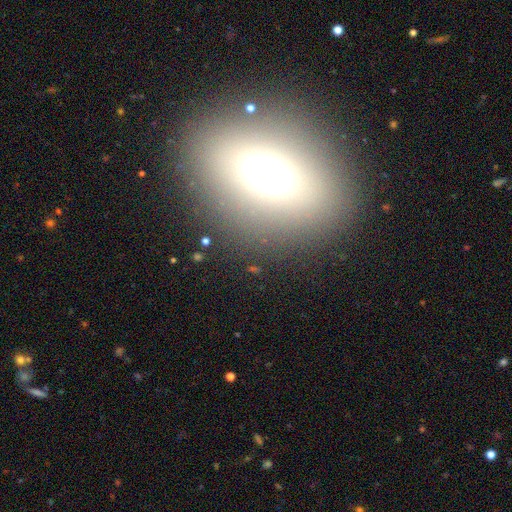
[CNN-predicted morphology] The model was most divided on "smooth or featured": smooth: 65%, star or artifact: 18%, featured or disk: 17%. More confident: merging — none (83%); how rounded — in between (76%).